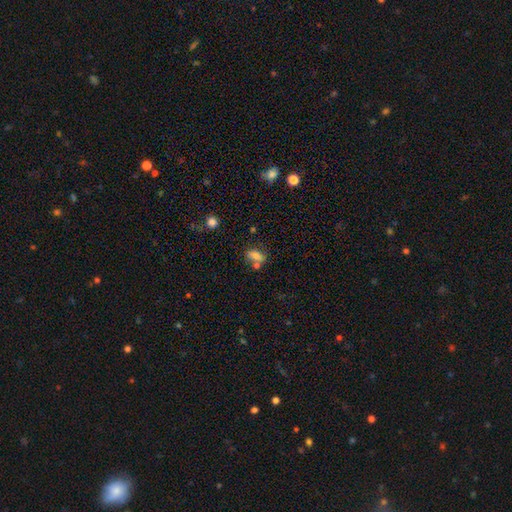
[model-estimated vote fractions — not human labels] A smooth galaxy with no disk features (72%) that is in between round and cigar-shaped (76%).

Vote fractions:
- Smooth or featured? smooth: 72% / featured or disk: 15% / star or artifact: 12%
- How rounded? in between: 76% / round: 13% / cigar-shaped: 10%
- Merging? none: 50% / merger: 28% / minor disturbance: 16% / major disturbance: 6%